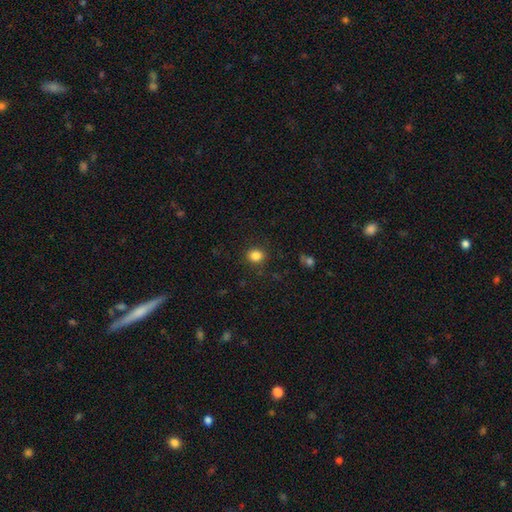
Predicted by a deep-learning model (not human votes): This appears to be a smooth galaxy with no disk features (85%) that is round (80%). Merging: none (88%).